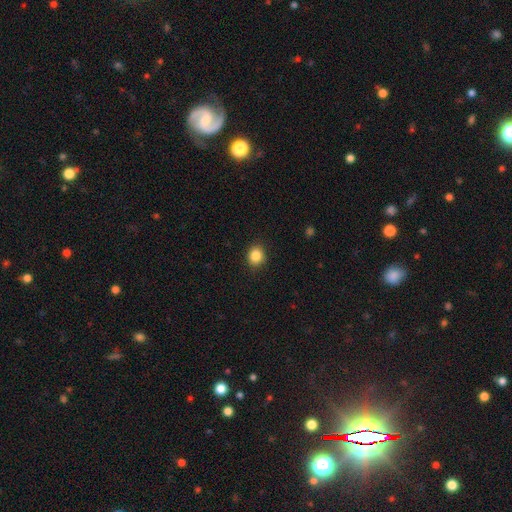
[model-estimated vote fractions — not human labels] smooth 85%, star or artifact 10%, featured or disk 5%. Down the decision tree: how rounded — round (73%); merging — none (89%).